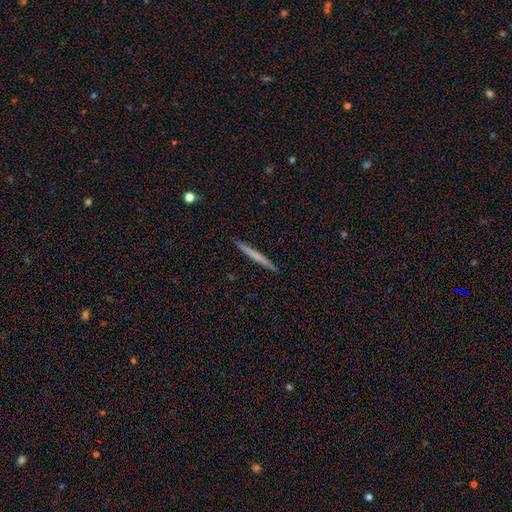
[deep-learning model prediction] The model was most divided on "smooth or featured": smooth: 54%, featured or disk: 40%, star or artifact: 6%. More confident: how rounded — cigar-shaped (97%); merging — none (92%).